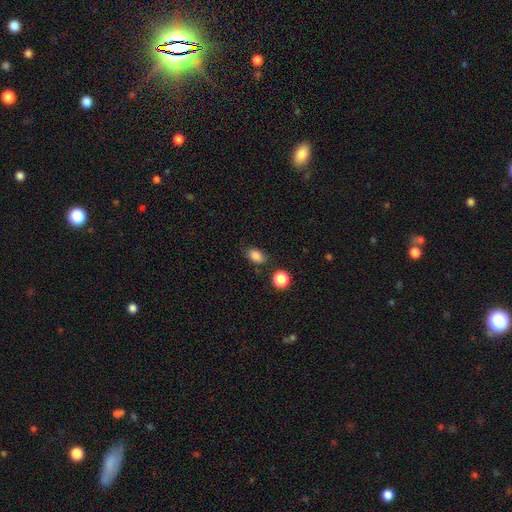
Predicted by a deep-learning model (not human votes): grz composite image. It shows a smooth galaxy with no disk features (86%) that is in between round and cigar-shaped (79%). Merging: none (77%).